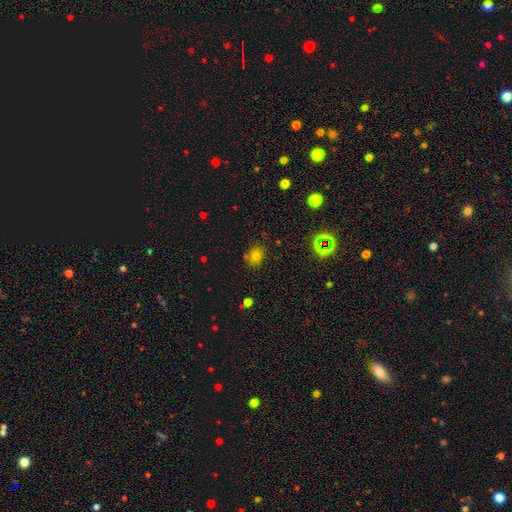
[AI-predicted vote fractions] A smooth galaxy with no disk features (73%) that is round (52%). Merging: none (78%).